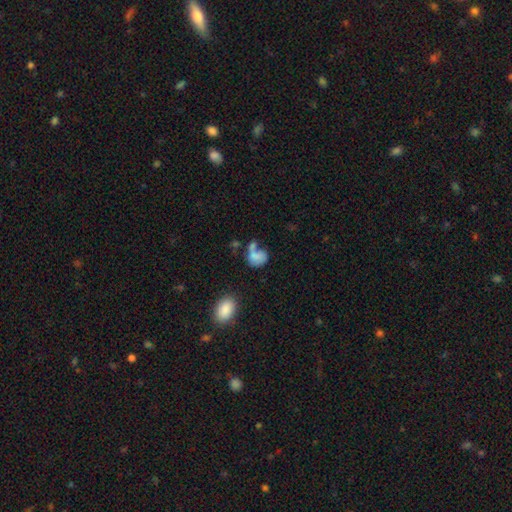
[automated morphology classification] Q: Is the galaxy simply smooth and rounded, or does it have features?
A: smooth — 69%.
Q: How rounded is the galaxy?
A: in between — 63%.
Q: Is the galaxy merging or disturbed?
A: merger — 32%.